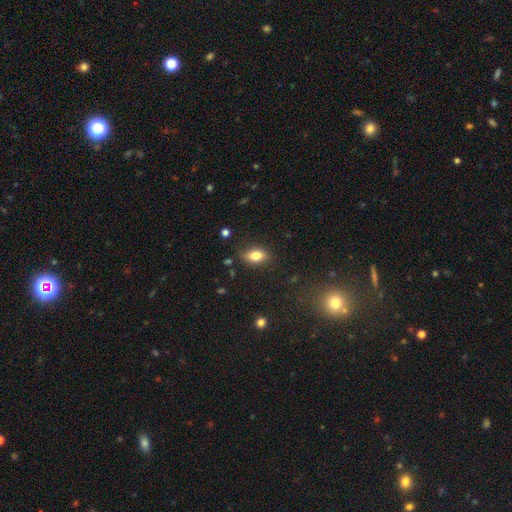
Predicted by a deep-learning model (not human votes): A smooth galaxy with no disk features (81%) that is in between round and cigar-shaped (85%).

Vote fractions:
- Smooth or featured? smooth: 81% / featured or disk: 10% / star or artifact: 9%
- How rounded? in between: 85% / round: 11% / cigar-shaped: 3%
- Merging? none: 81% / minor disturbance: 14% / major disturbance: 3% / merger: 2%